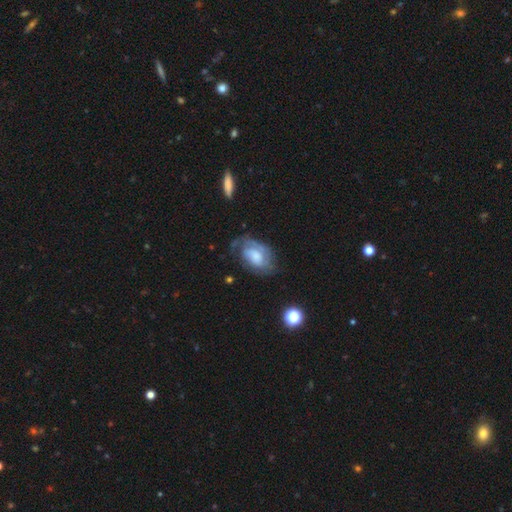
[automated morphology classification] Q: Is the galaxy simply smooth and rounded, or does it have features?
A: featured or disk — 63%.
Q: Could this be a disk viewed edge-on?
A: no — 96%.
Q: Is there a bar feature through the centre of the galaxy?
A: no — 65%.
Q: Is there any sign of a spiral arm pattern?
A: yes — 81%.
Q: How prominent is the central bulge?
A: moderate — 34%.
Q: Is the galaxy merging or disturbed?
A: none — 51%.